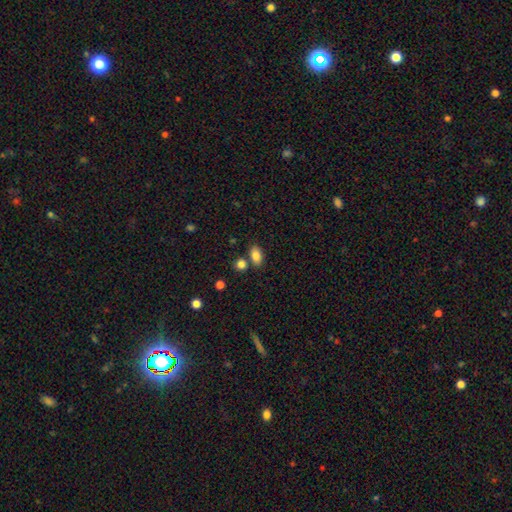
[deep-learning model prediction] smooth-or-featured: smooth: 84% | star or artifact: 9% | featured or disk: 7%
  how-rounded: in between: 86% | round: 11% | cigar-shaped: 2%
  merging: none: 71% | merger: 15% | minor disturbance: 11% | major disturbance: 3%